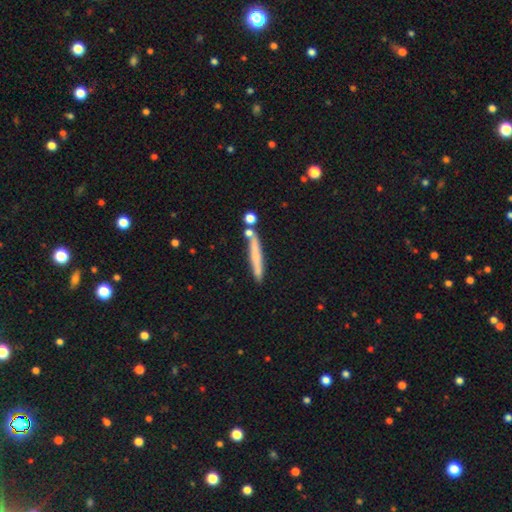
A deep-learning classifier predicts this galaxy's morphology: The model was most divided on "smooth or featured": smooth: 62%, featured or disk: 30%, star or artifact: 8%. More confident: how rounded — cigar-shaped (94%); merging — none (77%).